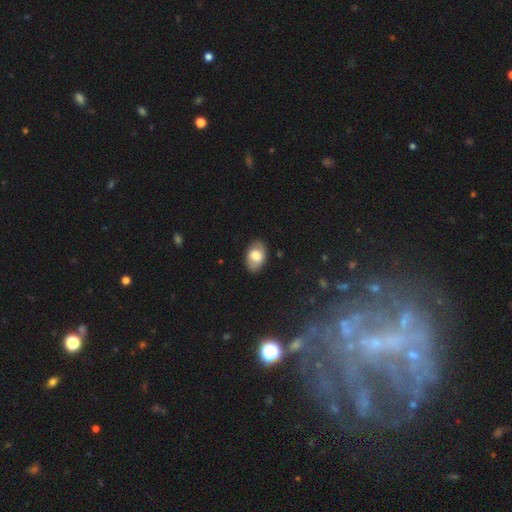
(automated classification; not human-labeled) The model was most divided on "smooth or featured": smooth: 70%, featured or disk: 22%, star or artifact: 7%. More confident: how rounded — in between (89%); merging — none (83%).